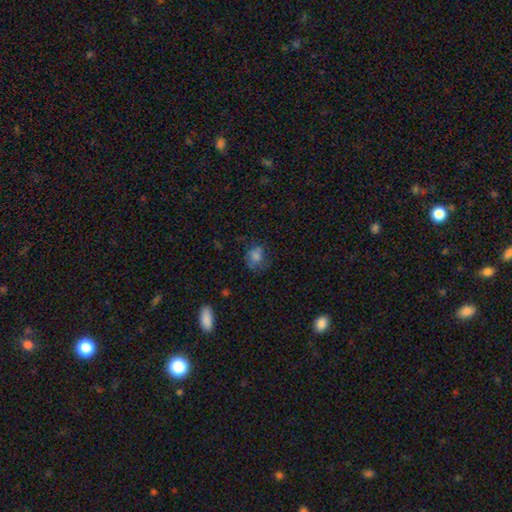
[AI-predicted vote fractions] smooth_or_featured: smooth (p=0.70) [alt: featured or disk p=0.16]
how_rounded: round (p=0.53) [alt: in between p=0.45]
merging: none (p=0.55) [alt: minor disturbance p=0.25]